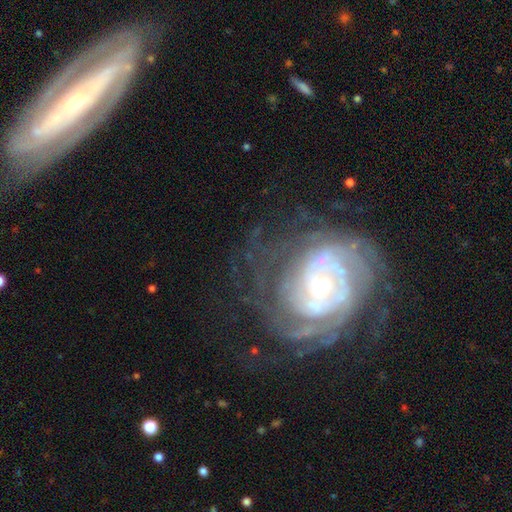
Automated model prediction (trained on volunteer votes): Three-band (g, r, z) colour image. It shows a featured or disk galaxy (88%) with no bar (56%), tight (76%) spiral arms (96%) and a small central bulge (51%). Merging: none (69%).